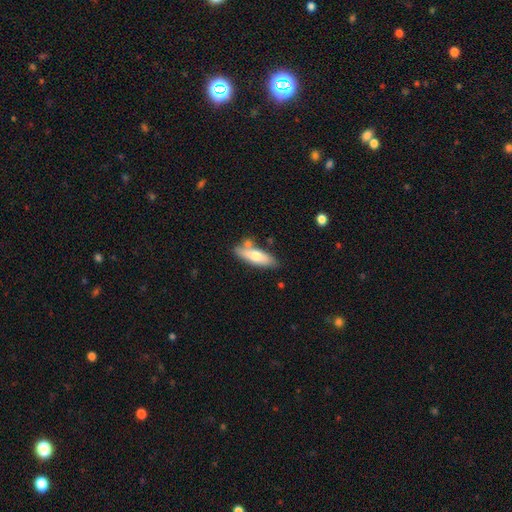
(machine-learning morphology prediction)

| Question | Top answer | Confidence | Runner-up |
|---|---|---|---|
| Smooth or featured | smooth | 62% | featured or disk (32%) |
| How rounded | in between | 54% | cigar-shaped (44%) |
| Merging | none | 68% | minor disturbance (16%) |